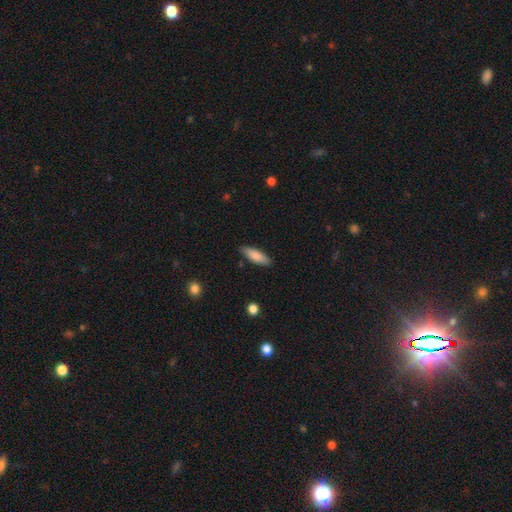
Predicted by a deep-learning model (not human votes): Morphology: type=smooth (80%); roundness=in between (54%); merging=none (86%).